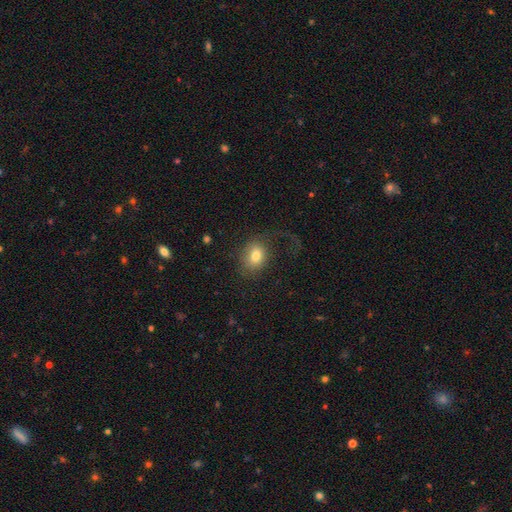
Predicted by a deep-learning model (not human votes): The model was most divided on "how rounded": in between: 50%, round: 49%, cigar-shaped: 1%. Remaining: smooth or featured — smooth (77%); merging — none (49%).